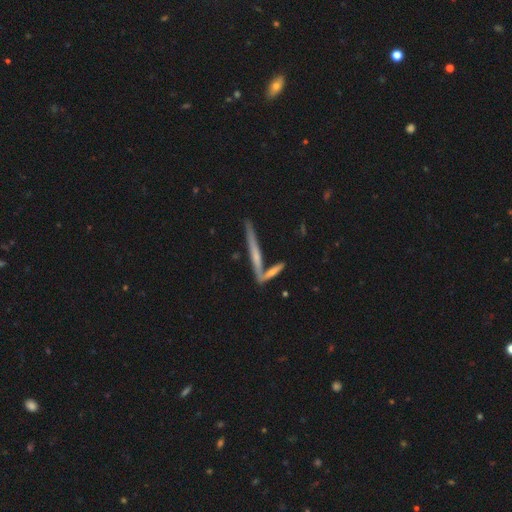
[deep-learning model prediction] smooth_or_featured: featured or disk (p=0.56) [alt: smooth p=0.37]
disk_edge_on: yes (p=0.91) [alt: no p=0.09]
edge_on_bulge: none (p=0.55) [alt: rounded p=0.37]
merging: none (p=0.62) [alt: merger p=0.23]